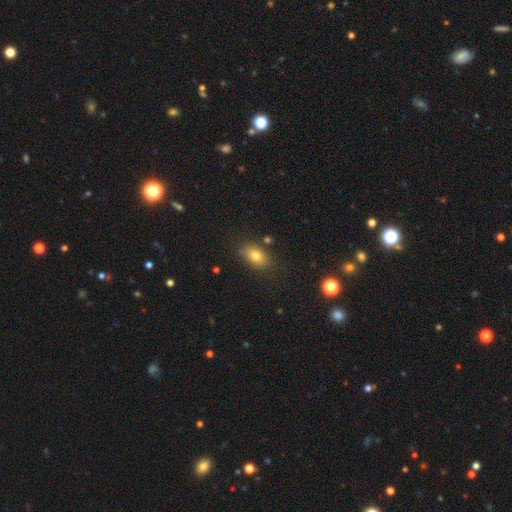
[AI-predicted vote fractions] Smooth or featured?
  - smooth: 80% *
  - featured or disk: 10%
  - star or artifact: 10%
How rounded?
  - in between: 83% *
  - round: 15%
  - cigar-shaped: 2%
Merging?
  - none: 76% *
  - minor disturbance: 16%
  - merger: 4%
  - major disturbance: 4%